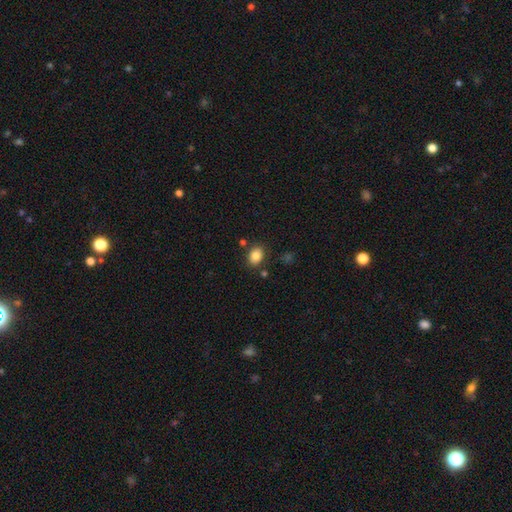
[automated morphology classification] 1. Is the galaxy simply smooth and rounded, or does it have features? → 84% smooth, 9% star or artifact, 6% featured or disk.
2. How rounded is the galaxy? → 65% in between, 34% round, 1% cigar-shaped.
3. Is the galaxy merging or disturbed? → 81% none, 11% minor disturbance, 5% merger, 3% major disturbance.